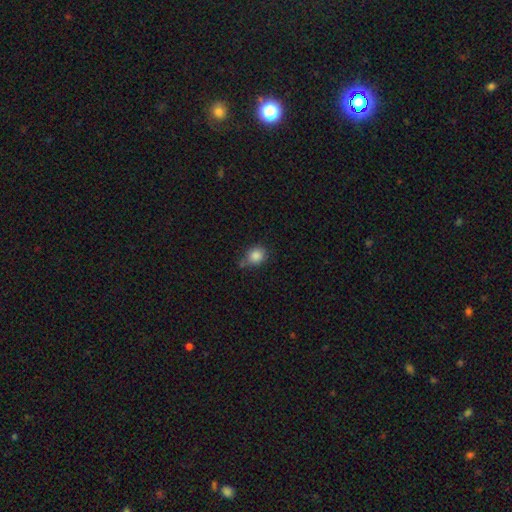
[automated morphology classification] smooth 85%, star or artifact 10%, featured or disk 5%. Down the decision tree: how rounded — round (71%); merging — none (61%).